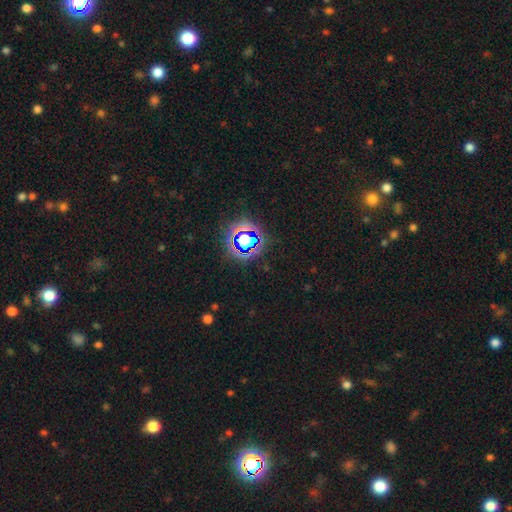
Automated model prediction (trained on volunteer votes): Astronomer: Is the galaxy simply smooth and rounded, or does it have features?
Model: star or artifact — 79%.